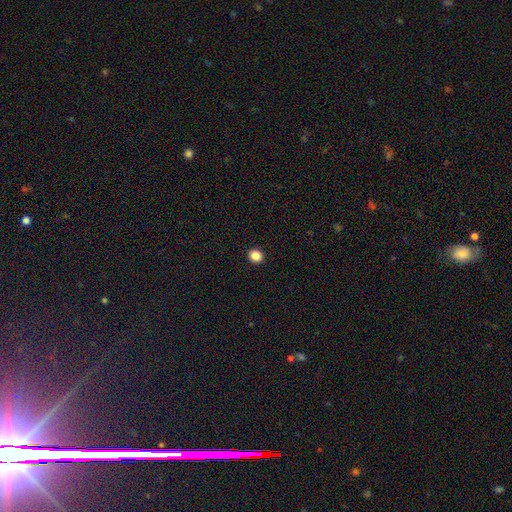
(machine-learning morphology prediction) type=smooth (86%); roundness=round (89%); merging=none (93%).